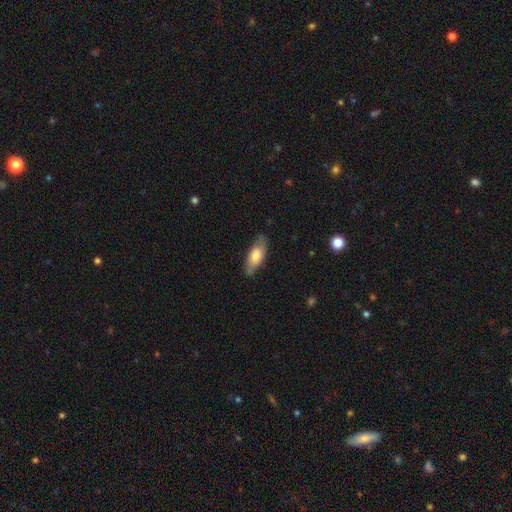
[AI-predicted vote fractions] This appears to be a smooth galaxy with no disk features (63%) that is in between round and cigar-shaped (76%). Merging: none (77%).